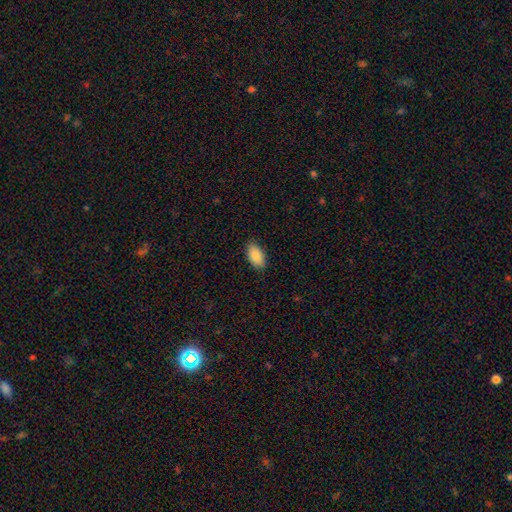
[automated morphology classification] smooth_or_featured: smooth (p=0.88) [alt: star or artifact p=0.06]
how_rounded: in between (p=0.94) [alt: round p=0.03]
merging: none (p=0.86) [alt: minor disturbance p=0.11]